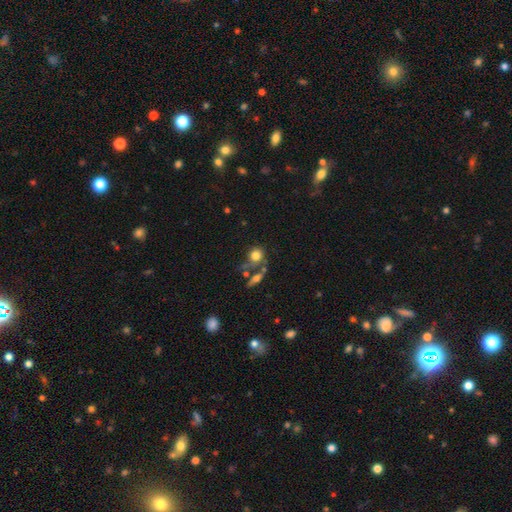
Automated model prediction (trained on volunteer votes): This appears to be a smooth galaxy with no disk features (75%) that is round (79%). Merging: none (49%).